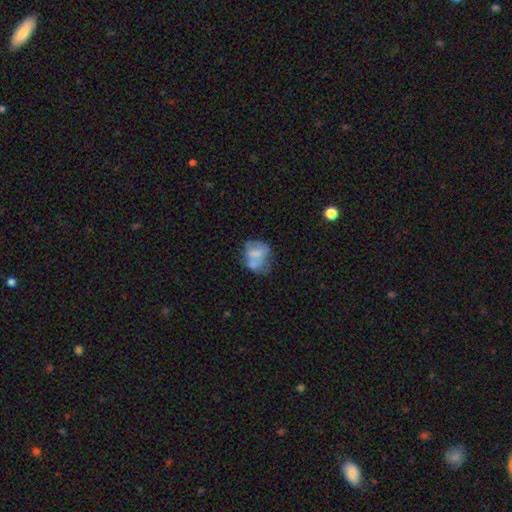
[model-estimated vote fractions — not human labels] A smooth galaxy with no disk features (53%) that is in between round and cigar-shaped (55%). Merging: merger (32%).